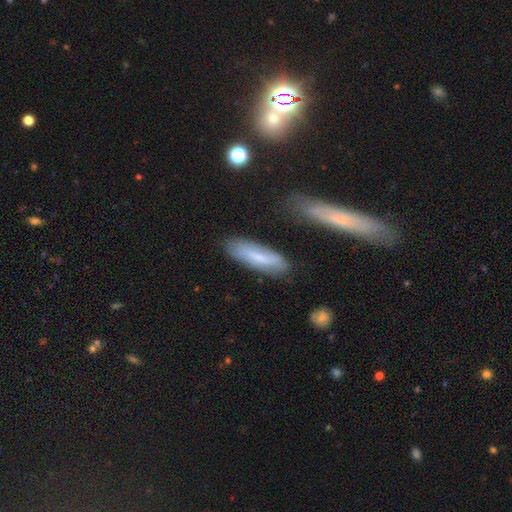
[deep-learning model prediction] smooth 67%, featured or disk 25%, star or artifact 8%. Down the decision tree: how rounded — cigar-shaped (60%); merging — none (77%).